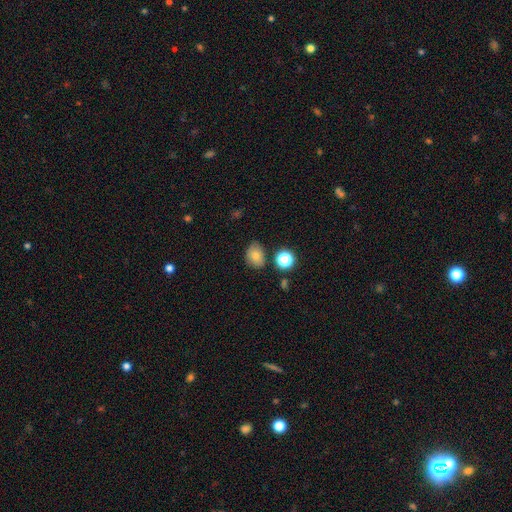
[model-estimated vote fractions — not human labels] Q: Smooth or featured?
A: smooth (74%); runner-up: star or artifact (13%)
Q: How rounded?
A: in between (59%); runner-up: round (40%)
Q: Merging?
A: none (72%); runner-up: minor disturbance (18%)